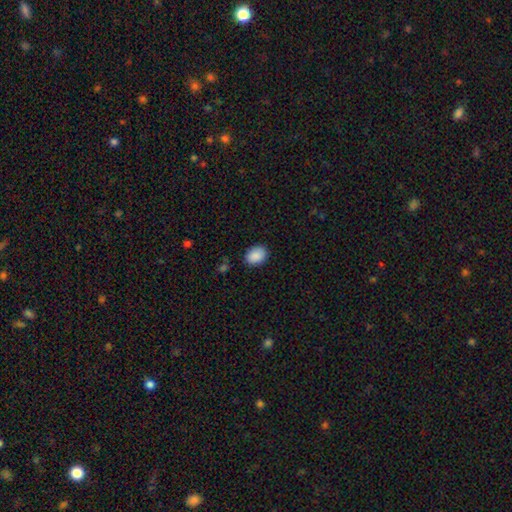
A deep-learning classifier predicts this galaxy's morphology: Smooth or featured: smooth — 90% (star or artifact — 7%)
How rounded: in between — 73% (round — 26%)
Merging: none — 87% (minor disturbance — 10%)